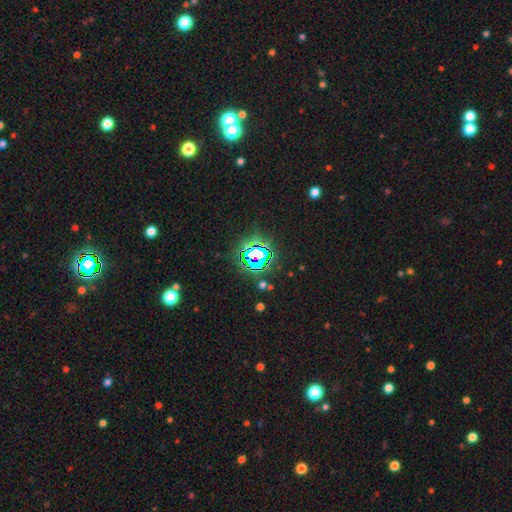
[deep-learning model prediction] This is likely a star or artifact rather than a galaxy (77%).